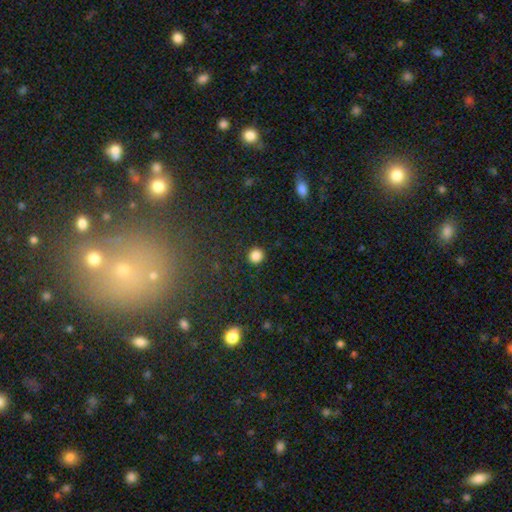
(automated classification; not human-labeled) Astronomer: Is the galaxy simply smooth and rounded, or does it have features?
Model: smooth — 85%.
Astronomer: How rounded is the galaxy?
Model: round — 93%.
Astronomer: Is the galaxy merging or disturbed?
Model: none — 92%.